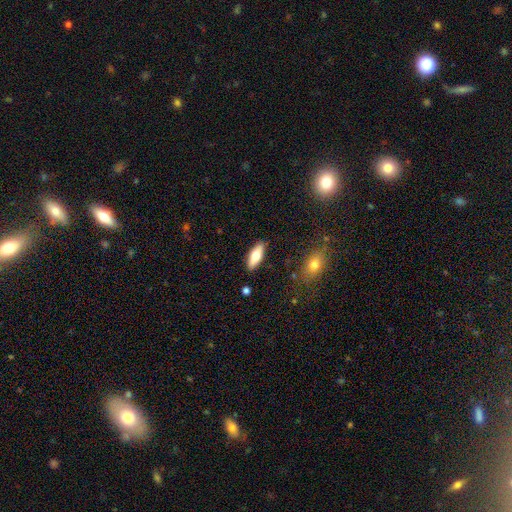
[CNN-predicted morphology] The model was most divided on "how rounded": in between: 58%, cigar-shaped: 40%, round: 2%. More confident: merging — none (88%); smooth or featured — smooth (62%).